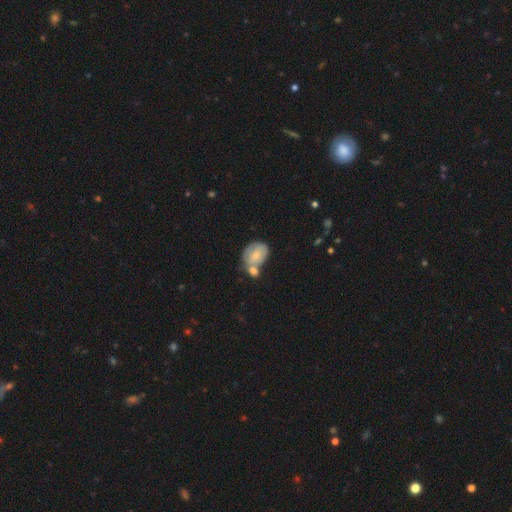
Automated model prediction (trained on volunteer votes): The model was most divided on "how rounded": in between: 62%, round: 37%, cigar-shaped: 1%. More confident: smooth or featured — smooth (66%); merging — merger (52%).